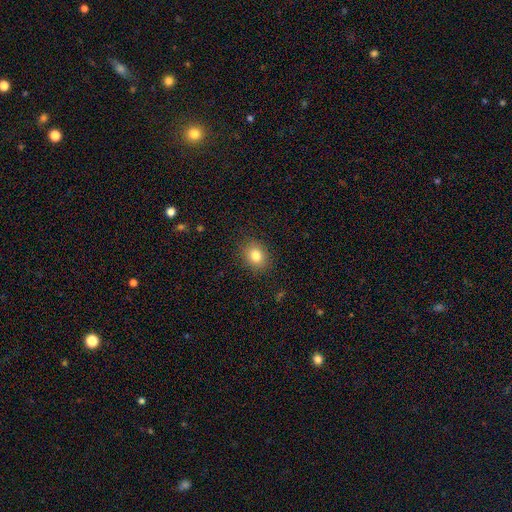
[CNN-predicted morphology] Smooth or featured? Predicted: smooth (p=0.81). How rounded? Predicted: round (p=0.51). Merging? Predicted: none (p=0.88).